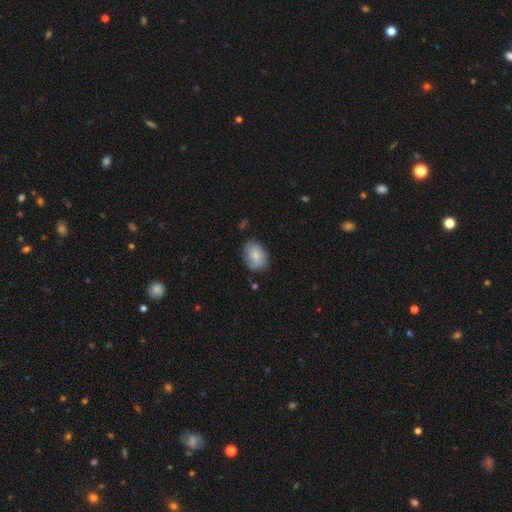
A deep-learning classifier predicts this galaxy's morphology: This appears to be a smooth galaxy with no disk features (73%) that is in between round and cigar-shaped (73%). Merging: none (70%).